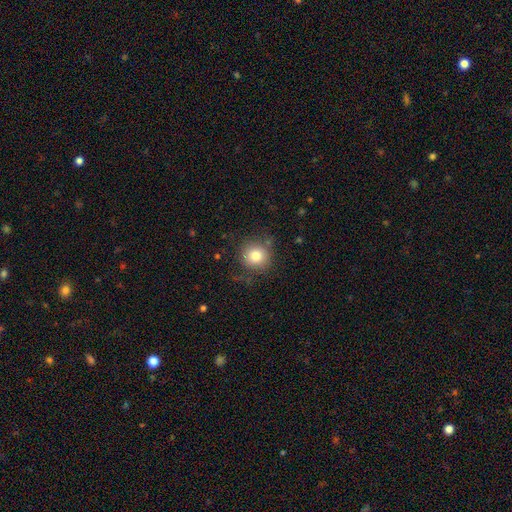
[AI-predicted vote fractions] smooth 80%, star or artifact 10%, featured or disk 9%. Down the decision tree: how rounded — round (91%); merging — none (79%).